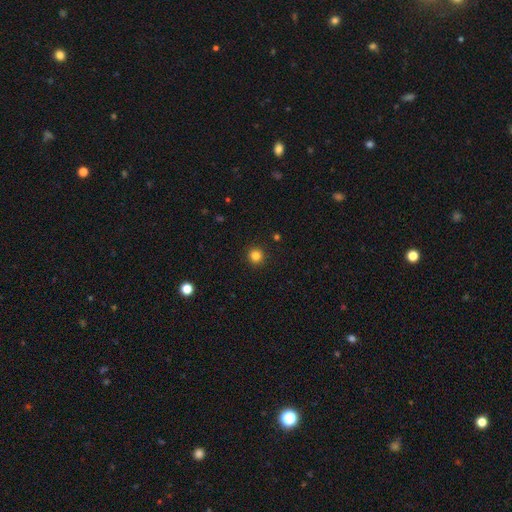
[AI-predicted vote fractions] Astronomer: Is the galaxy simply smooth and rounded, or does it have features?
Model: smooth — 83%.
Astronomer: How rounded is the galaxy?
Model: round — 95%.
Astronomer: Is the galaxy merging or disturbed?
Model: none — 93%.